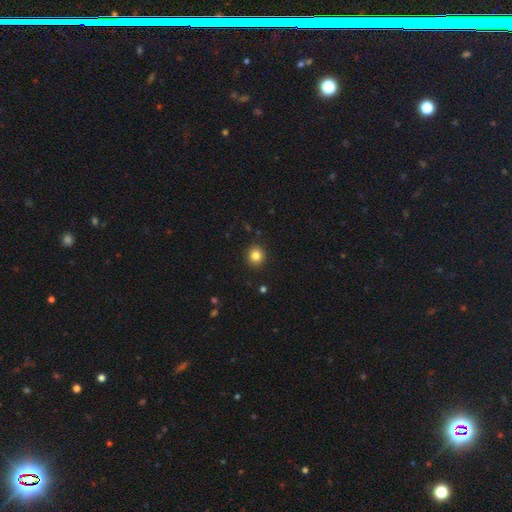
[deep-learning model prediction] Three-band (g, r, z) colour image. It shows a smooth galaxy with no disk features (83%) that is round (91%). Merging: none (92%).